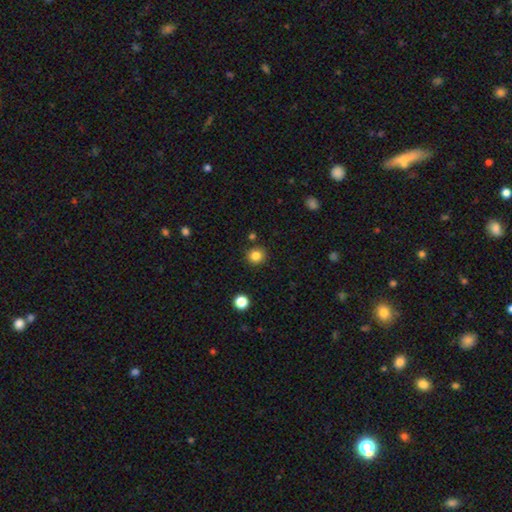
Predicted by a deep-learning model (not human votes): A smooth galaxy with no disk features (84%) that is round (90%). Merging: none (87%).